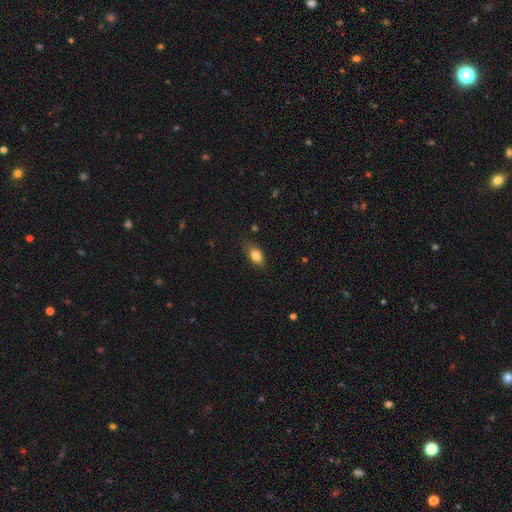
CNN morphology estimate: Smooth or featured? Predicted: smooth (p=0.79). How rounded? Predicted: in between (p=0.80). Merging? Predicted: none (p=0.75).